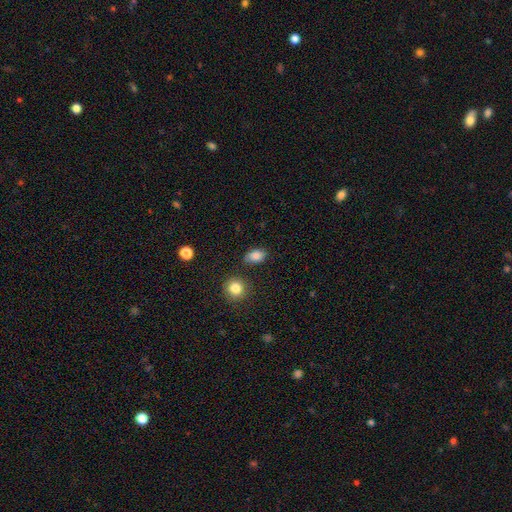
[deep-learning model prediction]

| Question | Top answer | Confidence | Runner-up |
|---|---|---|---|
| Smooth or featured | smooth | 85% | star or artifact (9%) |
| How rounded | in between | 84% | round (14%) |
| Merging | none | 78% | minor disturbance (15%) |